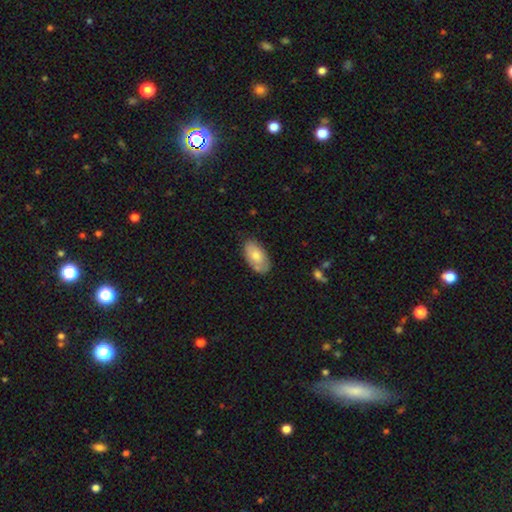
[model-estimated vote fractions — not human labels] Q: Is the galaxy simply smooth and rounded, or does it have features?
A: smooth — 71%.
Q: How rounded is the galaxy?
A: in between — 94%.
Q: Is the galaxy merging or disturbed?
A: none — 69%.